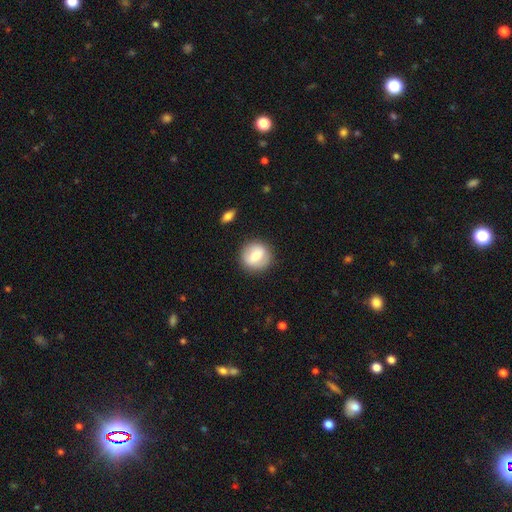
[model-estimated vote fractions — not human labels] Overall: smooth (68%). How rounded: round (86%). Merging: none (86%).